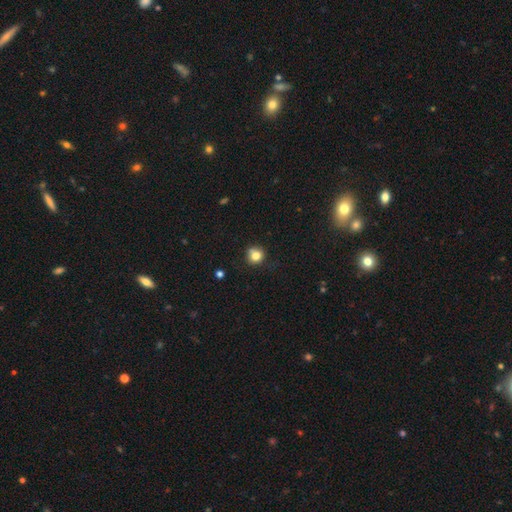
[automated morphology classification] Smooth or featured: smooth — 80% (star or artifact — 12%)
How rounded: round — 86% (in between — 13%)
Merging: none — 66% (minor disturbance — 20%)